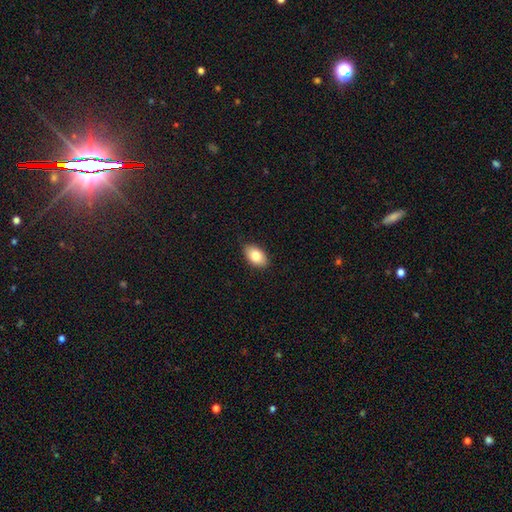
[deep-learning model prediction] Overall: smooth (82%). How rounded: in between (92%). Merging: none (85%).